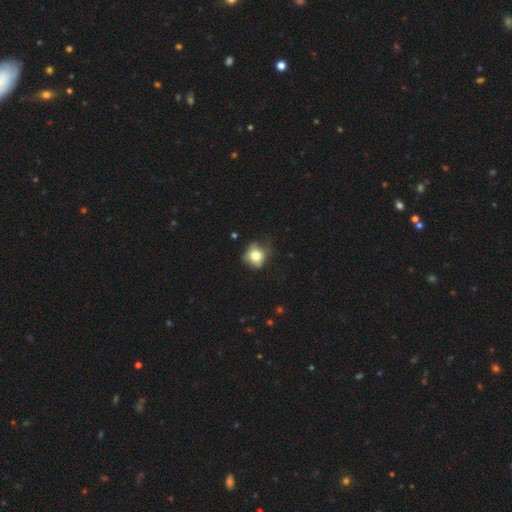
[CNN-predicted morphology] Smooth or featured: smooth — 74% (featured or disk — 16%)
How rounded: round — 71% (in between — 28%)
Merging: none — 46% (minor disturbance — 34%)